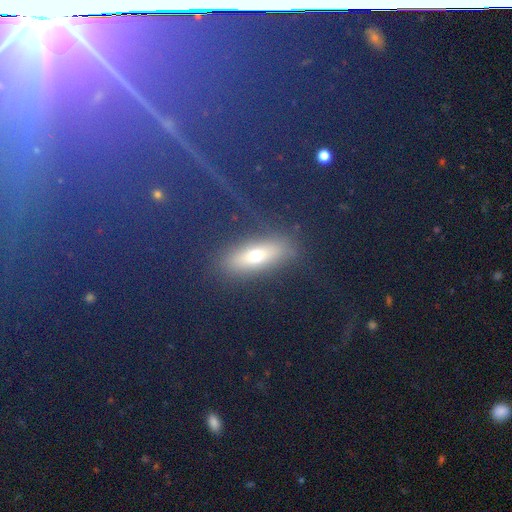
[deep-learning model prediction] smooth_or_featured: smooth (p=0.42) [alt: star or artifact p=0.39]
merging: none (p=0.85) [alt: minor disturbance p=0.09]